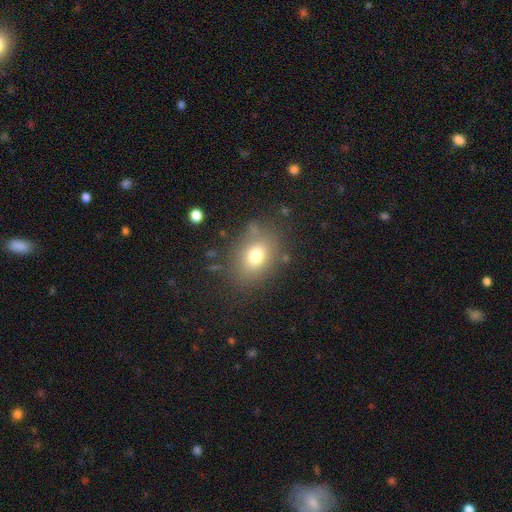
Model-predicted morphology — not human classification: A smooth galaxy with no disk features (73%) that is in between round and cigar-shaped (60%). Merging: none (76%).